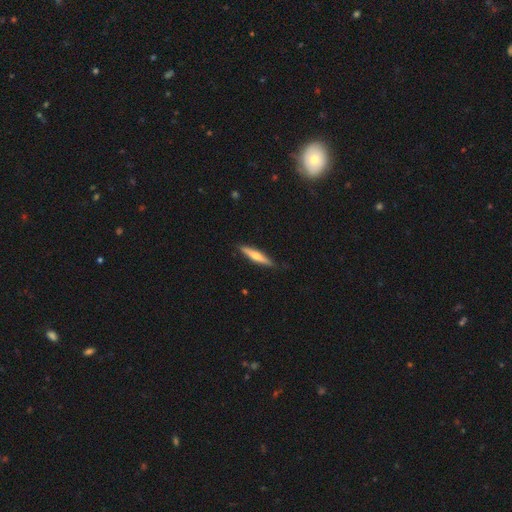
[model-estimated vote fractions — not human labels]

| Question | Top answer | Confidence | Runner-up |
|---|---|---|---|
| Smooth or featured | featured or disk | 50% | smooth (45%) |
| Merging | none | 88% | minor disturbance (10%) |